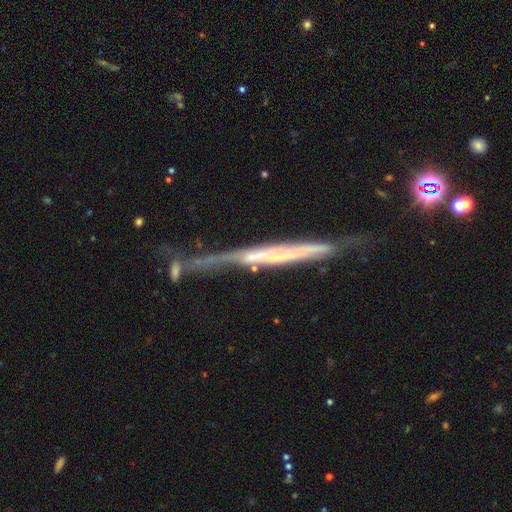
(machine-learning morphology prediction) Smooth or featured? Predicted: featured or disk (p=0.54). Edge-on disk? Predicted: yes (p=0.84). Merging? Predicted: none (p=0.49).